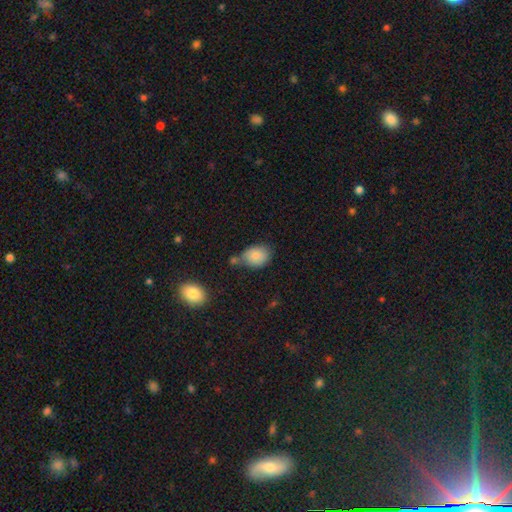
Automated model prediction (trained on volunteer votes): smooth_or_featured: smooth (p=0.82) [alt: star or artifact p=0.09]
how_rounded: in between (p=0.64) [alt: round p=0.35]
merging: none (p=0.55) [alt: minor disturbance p=0.22]